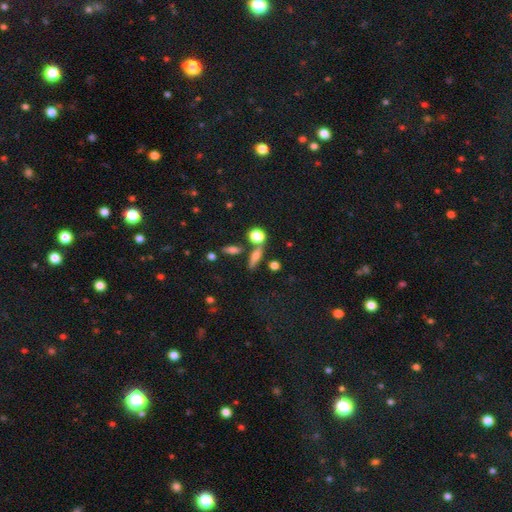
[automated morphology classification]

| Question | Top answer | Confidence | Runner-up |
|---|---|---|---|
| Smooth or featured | smooth | 57% | featured or disk (28%) |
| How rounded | cigar-shaped | 43% | in between (33%) |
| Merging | none | 69% | merger (16%) |